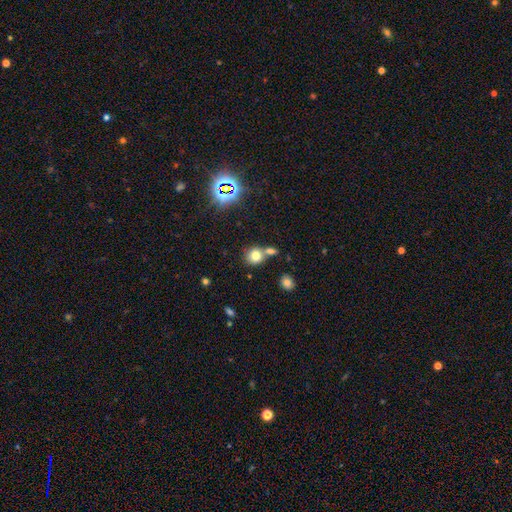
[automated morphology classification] Smooth or featured: smooth — 75% (star or artifact — 15%)
How rounded: round — 80% (in between — 19%)
Merging: none — 55% (merger — 31%)